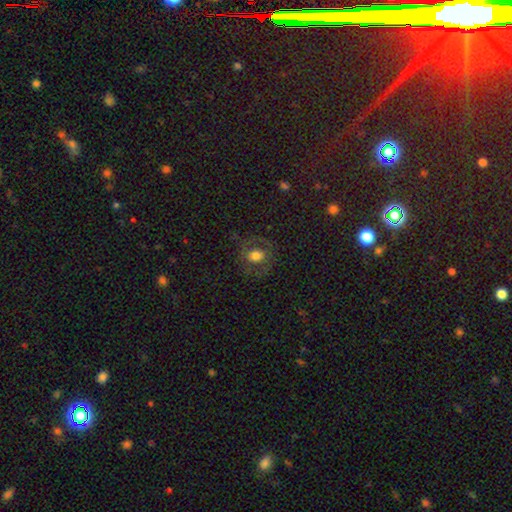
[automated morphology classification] smooth 54%, featured or disk 33%, star or artifact 13%. Down the decision tree: how rounded — round (70%); merging — none (73%).